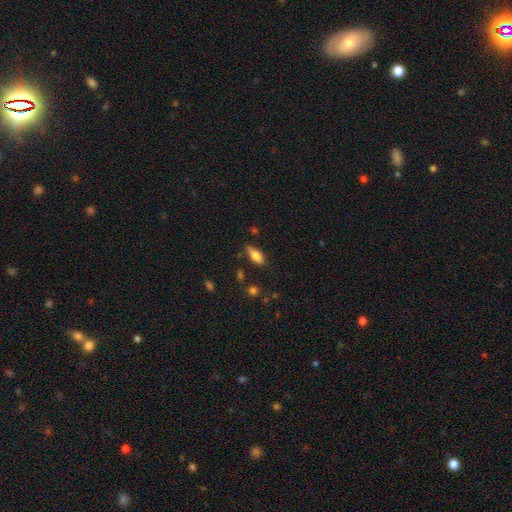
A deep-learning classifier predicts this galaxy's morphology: Q: Smooth or featured?
A: smooth (72%); runner-up: featured or disk (20%)
Q: How rounded?
A: in between (78%); runner-up: cigar-shaped (19%)
Q: Merging?
A: none (75%); runner-up: minor disturbance (19%)